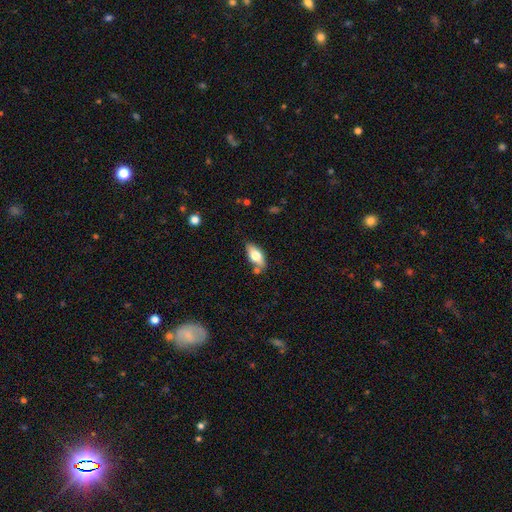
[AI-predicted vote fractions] smooth 64%, featured or disk 30%, star or artifact 7%. Down the decision tree: how rounded — in between (83%); merging — none (73%).